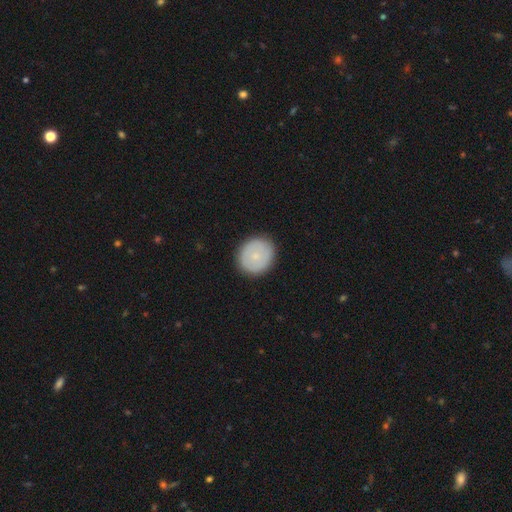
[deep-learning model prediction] Overall: smooth (71%). How rounded: round (85%). Merging: none (90%).